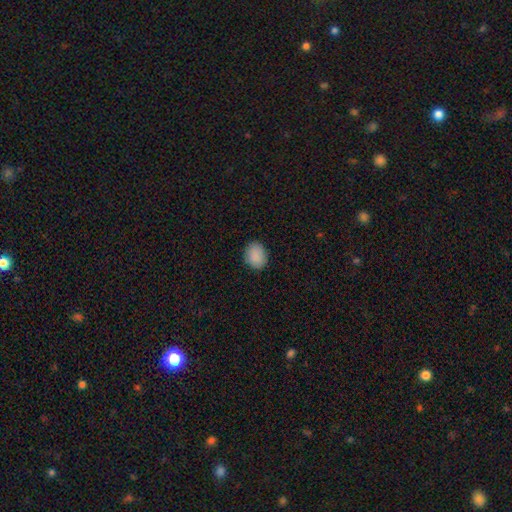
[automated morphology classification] smooth 89%, star or artifact 8%, featured or disk 3%. Down the decision tree: how rounded — round (51%); merging — none (88%).